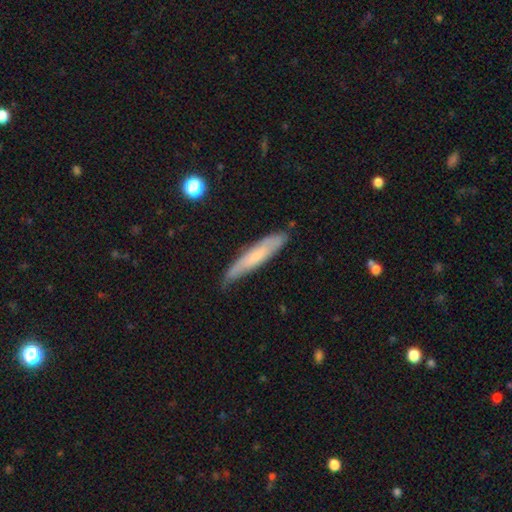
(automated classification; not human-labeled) Smooth or featured? Predicted: smooth (p=0.62). How rounded? Predicted: cigar-shaped (p=0.89). Merging? Predicted: none (p=0.72).